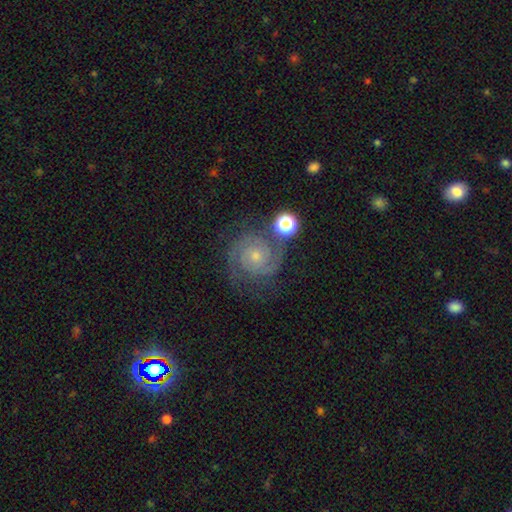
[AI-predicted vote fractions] This is clearly a featured or disk galaxy (86%). It is clearly not viewed edge-on (98%). Bar: likely no (76%). Spiral arm pattern: clearly yes (98%). Spiral arm count: likely 2 (69%). Spiral winding: likely tight (65%). Central bulge: likely small (64%). Merging: likely none (72%).